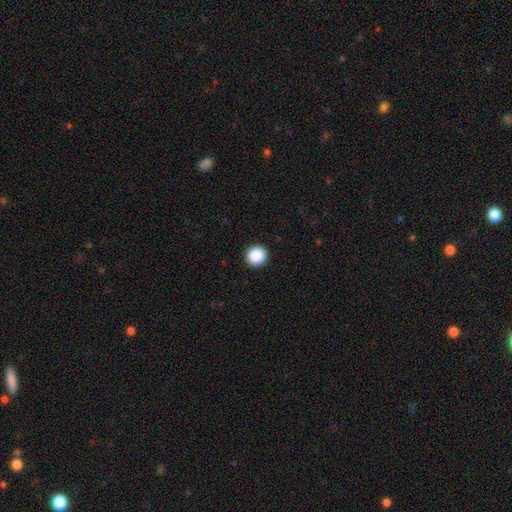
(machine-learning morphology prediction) Smooth or featured: smooth — 89% (star or artifact — 9%)
How rounded: round — 95% (in between — 4%)
Merging: none — 93% (minor disturbance — 4%)